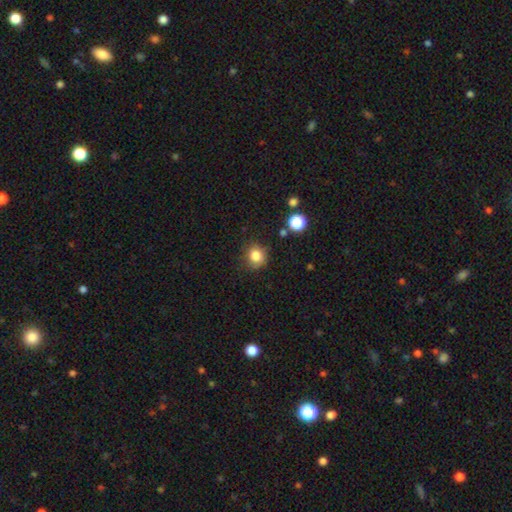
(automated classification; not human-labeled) Morphology: type=smooth (83%); roundness=round (84%); merging=none (80%).